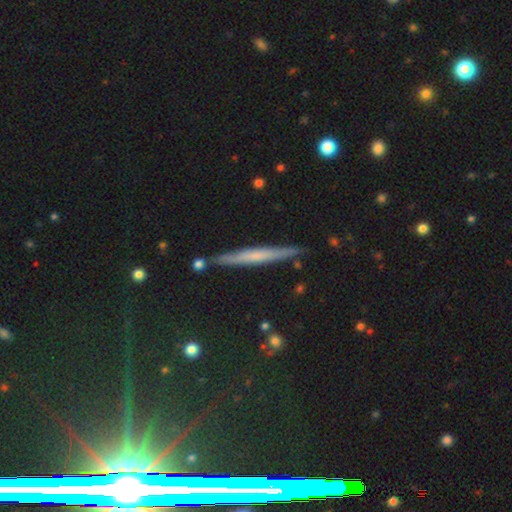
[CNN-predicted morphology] featured or disk 48%, smooth 44%, star or artifact 9%. Down the decision tree: merging — none (87%).